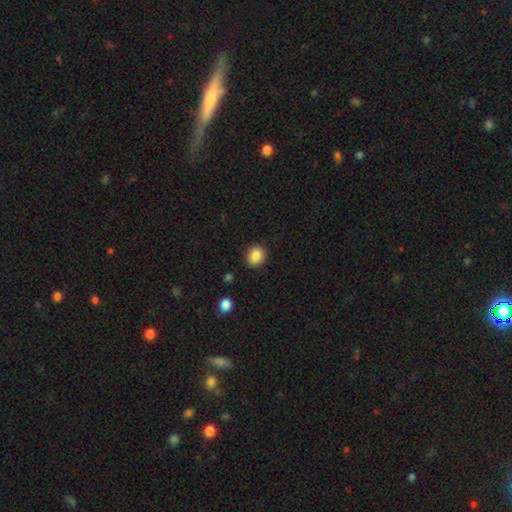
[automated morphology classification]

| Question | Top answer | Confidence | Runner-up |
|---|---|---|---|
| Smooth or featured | smooth | 87% | star or artifact (9%) |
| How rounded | round | 70% | in between (29%) |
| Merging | none | 89% | minor disturbance (8%) |